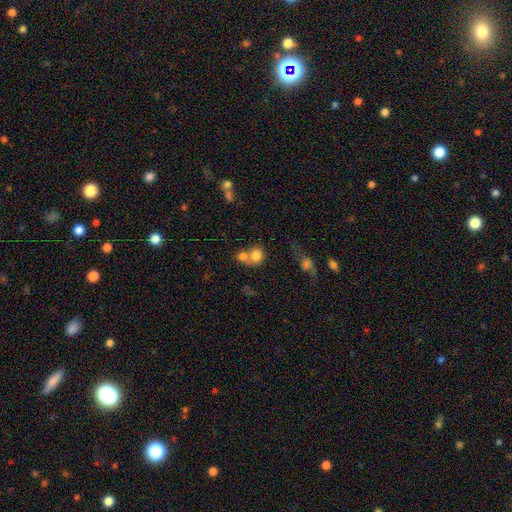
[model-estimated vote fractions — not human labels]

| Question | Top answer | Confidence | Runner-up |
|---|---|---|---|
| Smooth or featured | smooth | 76% | featured or disk (13%) |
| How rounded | round | 79% | in between (20%) |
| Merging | merger | 58% | none (30%) |